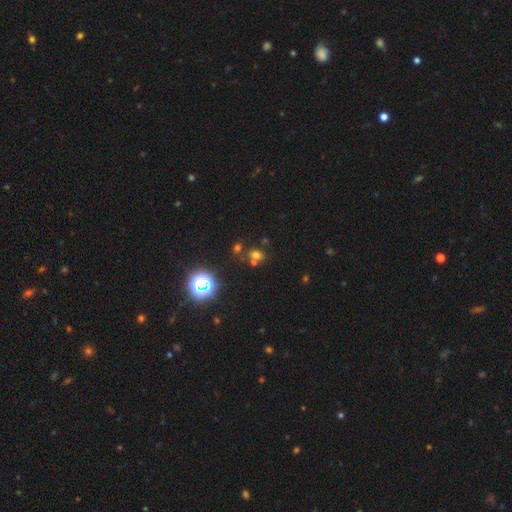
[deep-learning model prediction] smooth-or-featured: smooth: 51% | star or artifact: 39% | featured or disk: 10%
  how-rounded: round: 72% | in between: 27% | cigar-shaped: 1%
  merging: none: 59% | merger: 27% | minor disturbance: 9% | major disturbance: 4%